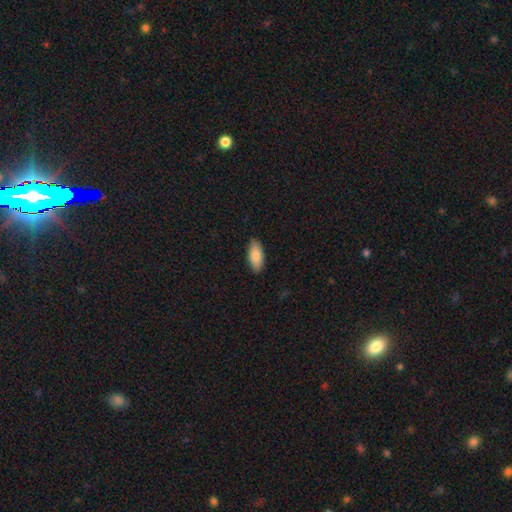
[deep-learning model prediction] This is clearly a smooth galaxy (83%). How rounded: clearly in between (88%). Merging: clearly none (89%).